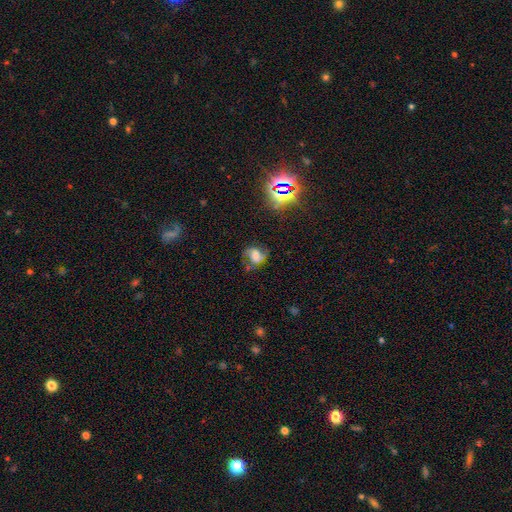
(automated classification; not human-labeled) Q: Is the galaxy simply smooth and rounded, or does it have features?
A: featured or disk — 63%.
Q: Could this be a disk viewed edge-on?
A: no — 97%.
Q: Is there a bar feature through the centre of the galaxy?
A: no — 46%.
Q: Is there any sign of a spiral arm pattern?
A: yes — 91%.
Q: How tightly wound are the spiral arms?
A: medium — 47%.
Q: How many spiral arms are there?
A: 2 — 83%.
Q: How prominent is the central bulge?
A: moderate — 49%.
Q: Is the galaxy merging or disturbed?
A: none — 63%.